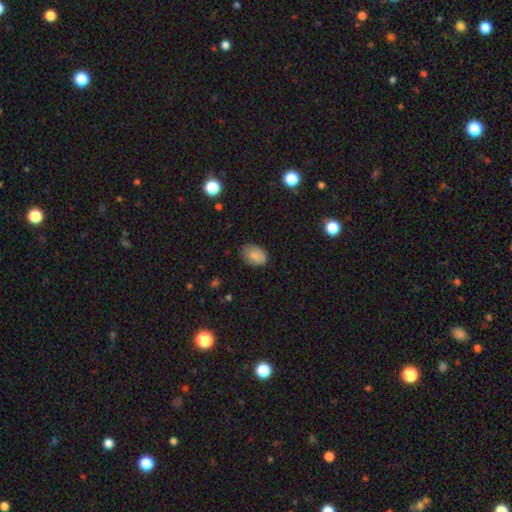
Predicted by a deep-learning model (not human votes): This is clearly a smooth galaxy (84%). How rounded: likely in between (80%). Merging: likely none (72%).